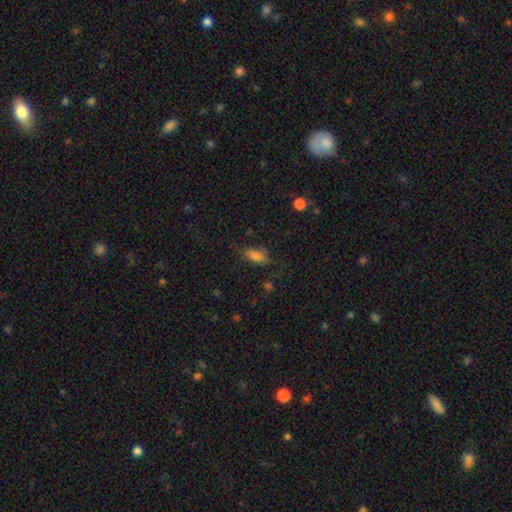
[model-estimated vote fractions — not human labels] Smooth or featured?
  - smooth: 78% *
  - star or artifact: 12%
  - featured or disk: 10%
How rounded?
  - in between: 84% *
  - cigar-shaped: 11%
  - round: 5%
Merging?
  - none: 61% *
  - minor disturbance: 25%
  - major disturbance: 12%
  - merger: 2%